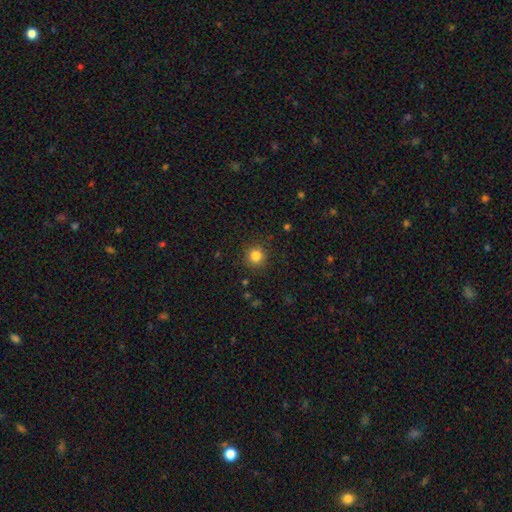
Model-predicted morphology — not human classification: Smooth or featured?
  - smooth: 83% *
  - star or artifact: 12%
  - featured or disk: 5%
How rounded?
  - round: 93% *
  - in between: 6%
  - cigar-shaped: 1%
Merging?
  - none: 90% *
  - minor disturbance: 7%
  - major disturbance: 2%
  - merger: 1%